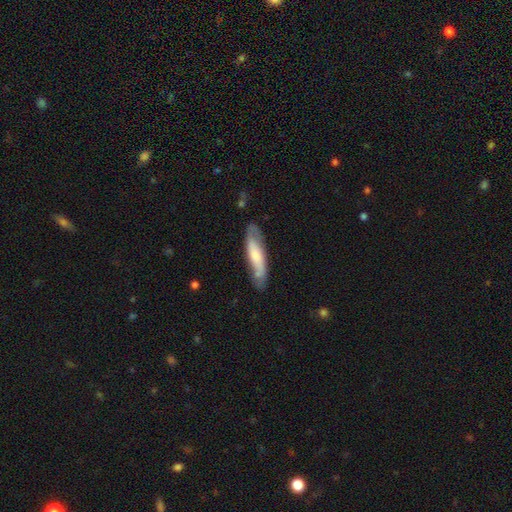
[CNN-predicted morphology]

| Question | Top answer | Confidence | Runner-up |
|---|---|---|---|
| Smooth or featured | smooth | 52% | featured or disk (43%) |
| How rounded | cigar-shaped | 69% | in between (29%) |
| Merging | none | 74% | minor disturbance (19%) |